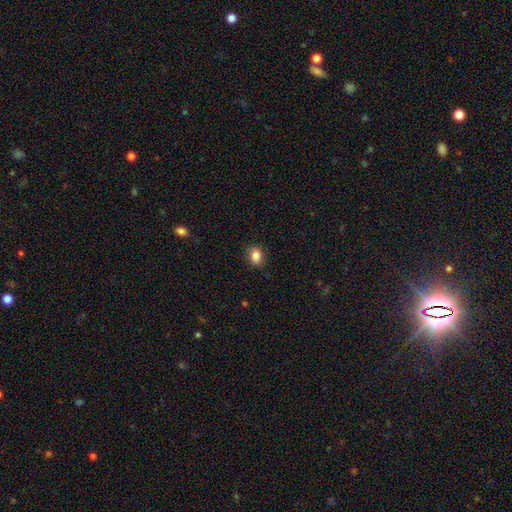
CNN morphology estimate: Smooth or featured? Predicted: smooth (p=0.85). How rounded? Predicted: round (p=0.50). Merging? Predicted: none (p=0.88).